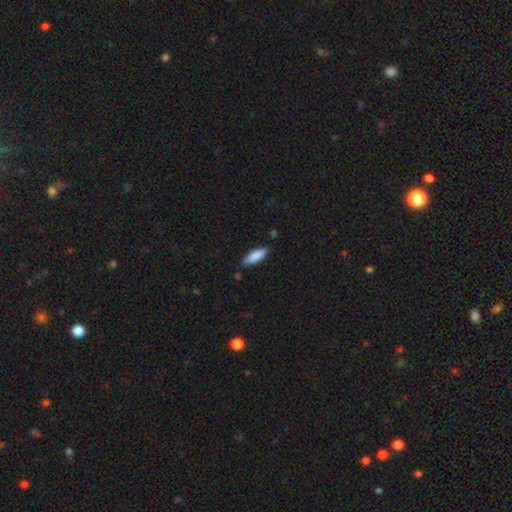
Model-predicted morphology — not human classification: A smooth galaxy with no disk features (88%) that is in between round and cigar-shaped (58%). Merging: none (81%).